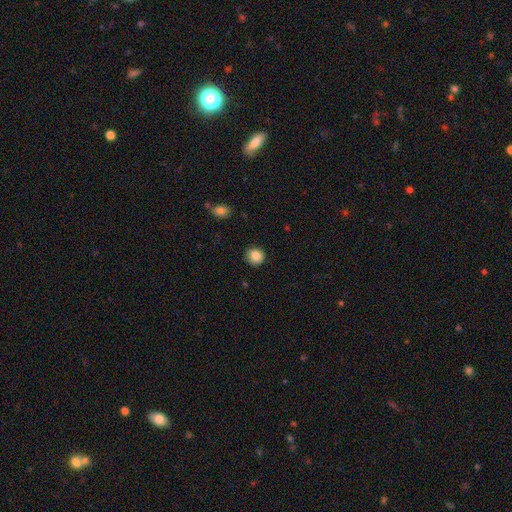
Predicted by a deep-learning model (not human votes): Smooth or featured? Predicted: smooth (p=0.87). How rounded? Predicted: round (p=0.89). Merging? Predicted: none (p=0.87).